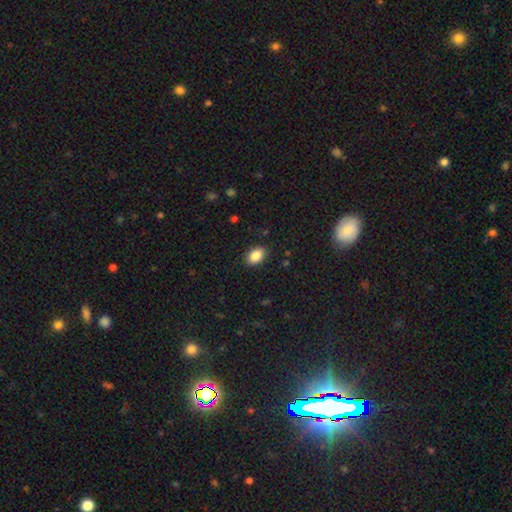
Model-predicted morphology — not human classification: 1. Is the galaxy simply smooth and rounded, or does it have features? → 86% smooth, 8% star or artifact, 6% featured or disk.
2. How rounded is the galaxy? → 88% in between, 11% round, 1% cigar-shaped.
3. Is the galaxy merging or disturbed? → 88% none, 9% minor disturbance, 2% major disturbance, 1% merger.